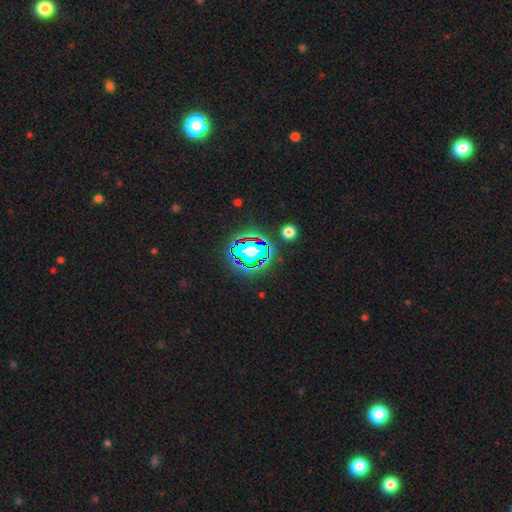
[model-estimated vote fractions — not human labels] Smooth or featured? star or artifact (58%)